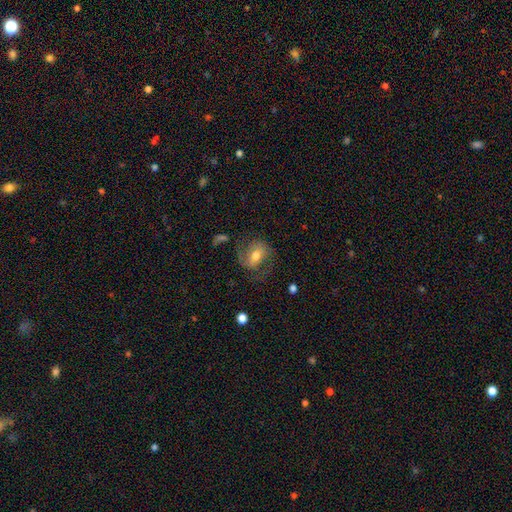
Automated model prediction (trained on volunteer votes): This is possibly a featured or disk galaxy (58%). It is clearly not viewed edge-on (95%). Bar: marginally weak (41%). Spiral arm pattern: likely yes (79%). Central bulge: likely moderate (69%). Merging: possibly none (59%).